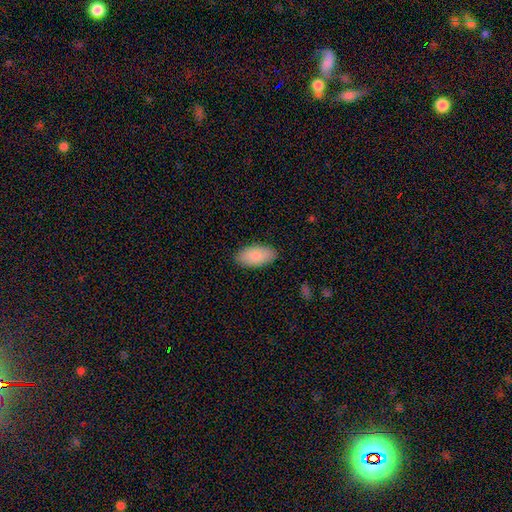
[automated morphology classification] smooth 85%, featured or disk 9%, star or artifact 6%. Down the decision tree: how rounded — in between (95%); merging — none (87%).